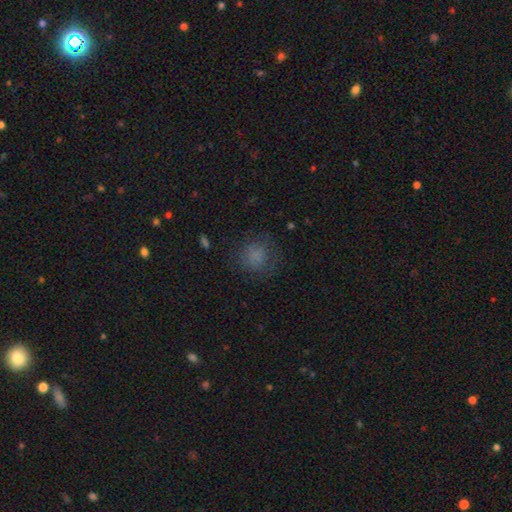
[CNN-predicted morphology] A smooth galaxy with no disk features (77%) that is round (86%). Merging: none (75%).